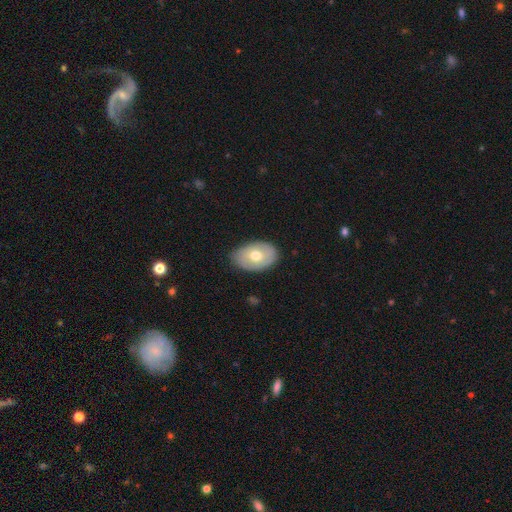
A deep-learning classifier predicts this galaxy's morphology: A smooth galaxy with no disk features (61%) that is in between round and cigar-shaped (86%). Merging: none (82%).